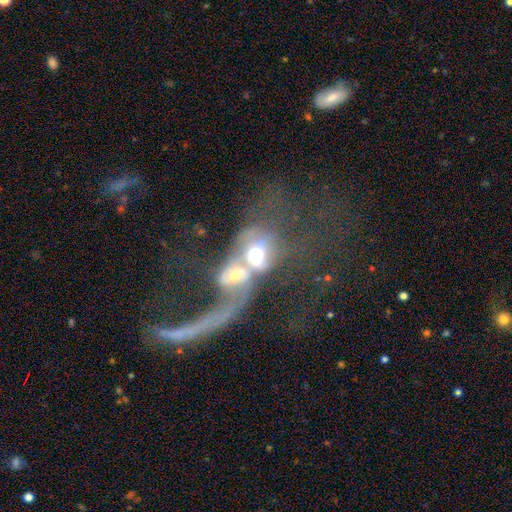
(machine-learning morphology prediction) A featured or disk galaxy (56%) with no bar (60%), spiral arms (59%) and a moderate central bulge (55%).

Vote fractions:
- Smooth or featured? featured or disk: 56% / smooth: 34% / star or artifact: 10%
- Edge-on disk? no: 93% / yes: 7%
- Bar? no: 60% / weak: 27% / strong: 14%
- Spiral arms? yes: 59% / no: 41%
- Bulge size? moderate: 55% / large: 21% / small: 15% / dominant: 5% / none: 4%
- Merging? merger: 79% / major disturbance: 12% / none: 6% / minor disturbance: 3%